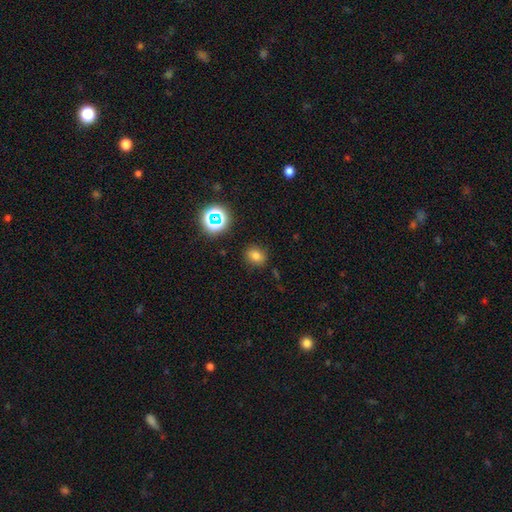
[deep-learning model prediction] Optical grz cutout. It shows a smooth galaxy with no disk features (73%) that is round (56%). Merging: none (85%).